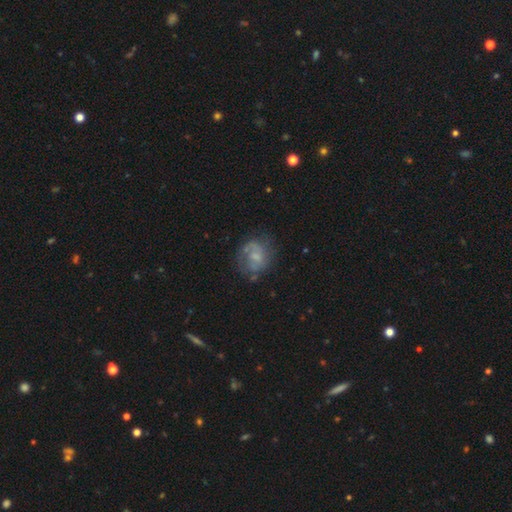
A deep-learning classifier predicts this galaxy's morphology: smooth_or_featured: featured or disk (p=0.53) [alt: smooth p=0.37]
disk_edge_on: no (p=0.97) [alt: yes p=0.03]
bar: no (p=0.68) [alt: weak p=0.28]
has_spiral_arms: yes (p=0.68) [alt: no p=0.32]
bulge_size: small (p=0.41) [alt: moderate p=0.32]
merging: none (p=0.57) [alt: minor disturbance p=0.23]